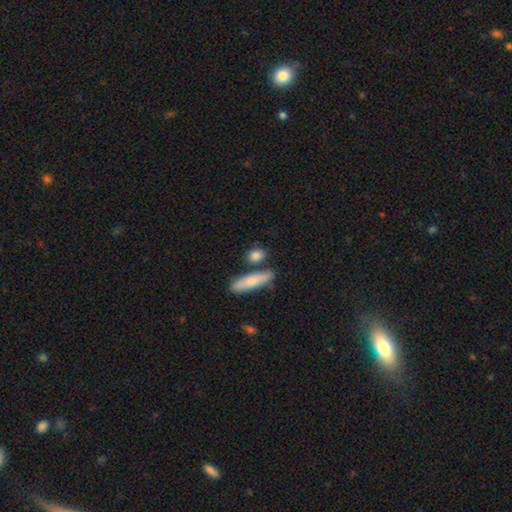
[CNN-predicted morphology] Smooth or featured? Predicted: smooth (p=0.83). How rounded? Predicted: in between (p=0.41). Merging? Predicted: none (p=0.72).